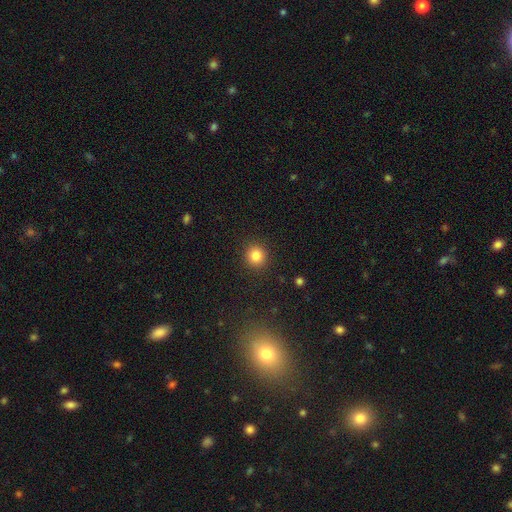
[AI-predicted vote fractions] smooth-or-featured: smooth: 84% | star or artifact: 11% | featured or disk: 5%
  how-rounded: round: 92% | in between: 7% | cigar-shaped: 1%
  merging: none: 91% | minor disturbance: 6% | major disturbance: 2% | merger: 1%